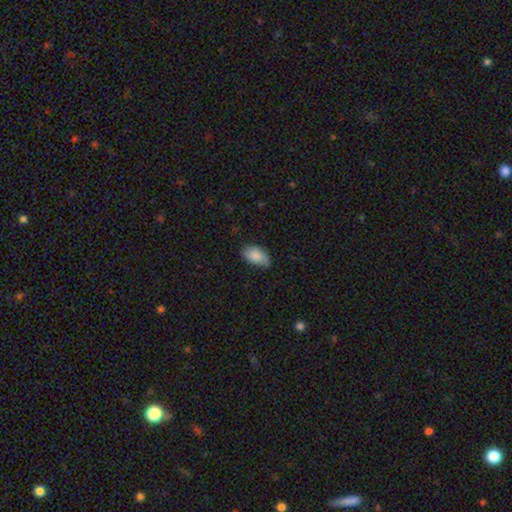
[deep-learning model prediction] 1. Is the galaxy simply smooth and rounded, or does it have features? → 85% smooth, 9% featured or disk, 7% star or artifact.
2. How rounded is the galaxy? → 93% in between, 5% round, 2% cigar-shaped.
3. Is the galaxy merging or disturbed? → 68% none, 26% minor disturbance, 4% major disturbance, 1% merger.